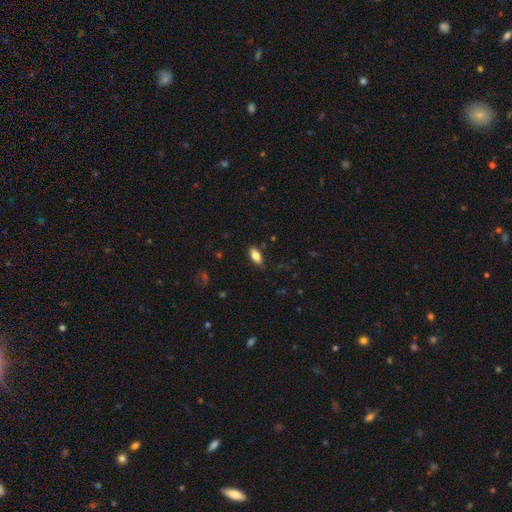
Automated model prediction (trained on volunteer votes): Smooth or featured? smooth (80%)
How rounded? in between (85%)
Merging? none (79%)